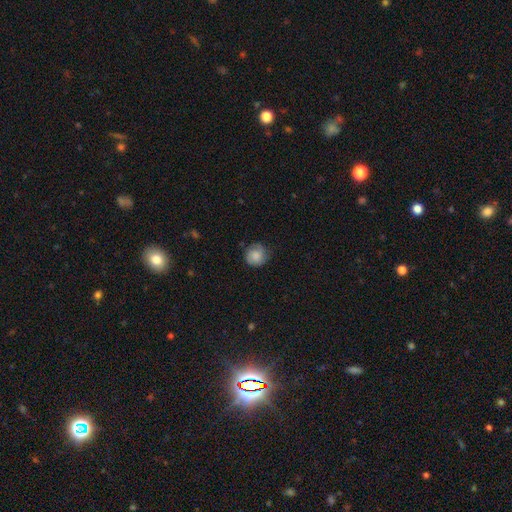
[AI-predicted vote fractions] Q: Smooth or featured?
A: smooth (70%); runner-up: featured or disk (22%)
Q: How rounded?
A: round (89%); runner-up: in between (10%)
Q: Merging?
A: none (76%); runner-up: minor disturbance (18%)